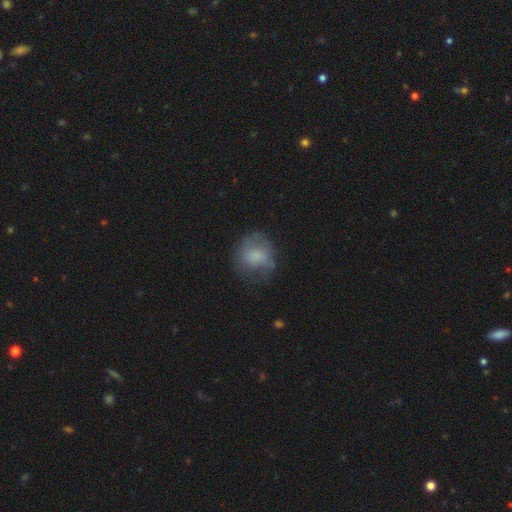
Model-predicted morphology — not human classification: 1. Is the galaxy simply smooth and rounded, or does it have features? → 66% smooth, 25% featured or disk, 9% star or artifact.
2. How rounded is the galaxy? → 70% round, 29% in between, 1% cigar-shaped.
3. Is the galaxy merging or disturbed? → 53% none, 27% minor disturbance, 19% major disturbance, 2% merger.